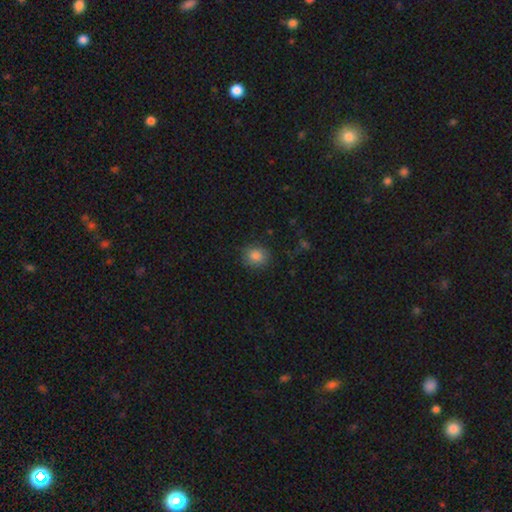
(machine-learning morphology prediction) Smooth or featured? Predicted: smooth (p=0.85). How rounded? Predicted: round (p=0.75). Merging? Predicted: none (p=0.84).